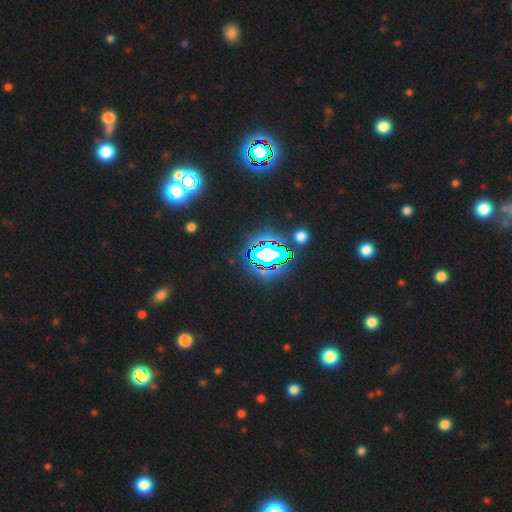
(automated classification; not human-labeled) Q: Smooth or featured?
A: star or artifact (73%); runner-up: smooth (15%)